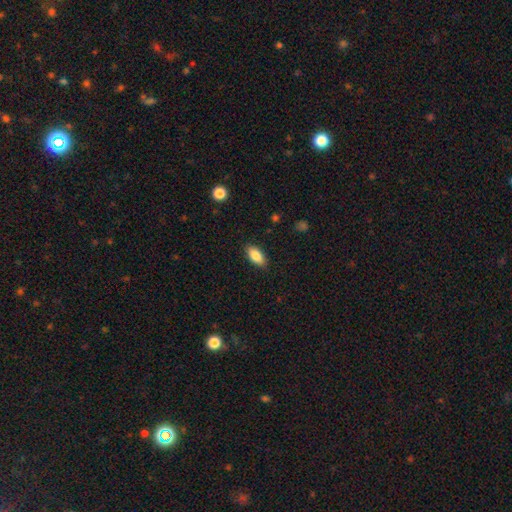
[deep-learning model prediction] Morphology: type=smooth (85%); roundness=in between (90%); merging=none (87%).